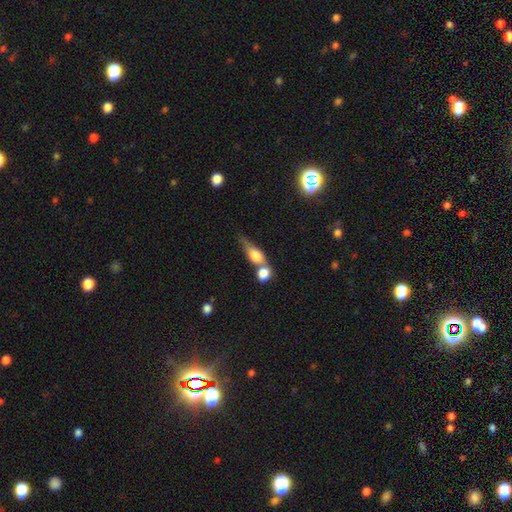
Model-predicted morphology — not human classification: Smooth or featured? Predicted: smooth (p=0.69). How rounded? Predicted: in between (p=0.57). Merging? Predicted: merger (p=0.52).